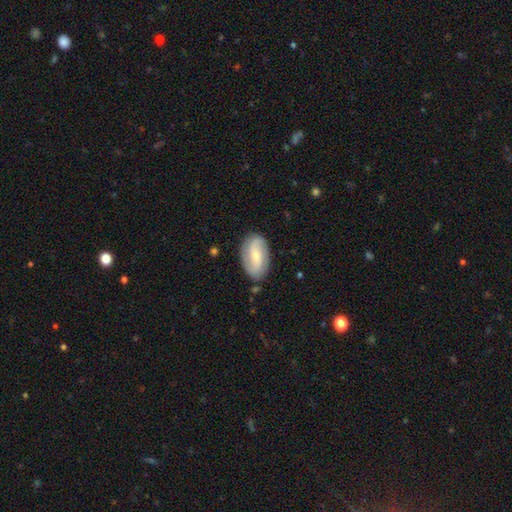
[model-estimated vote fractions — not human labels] This appears to be a featured or disk galaxy (63%) with no bar (45%), 2 (84%) loose (39%) spiral arms (88%) and a small central bulge (64%). Merging: none (82%).